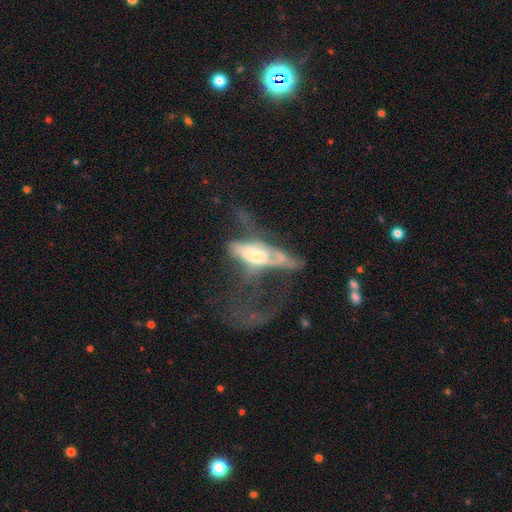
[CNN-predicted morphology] A featured or disk galaxy (59%). Merging: major disturbance (58%).